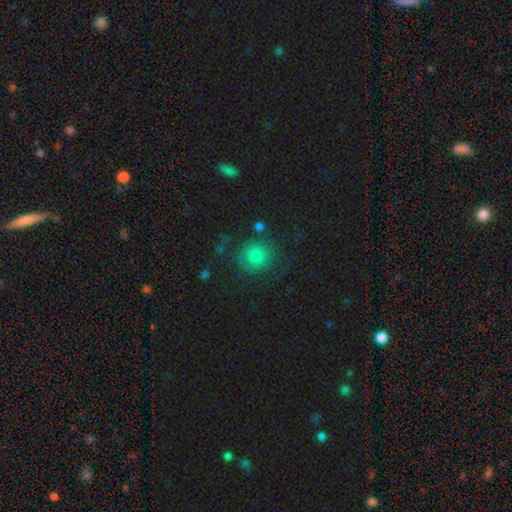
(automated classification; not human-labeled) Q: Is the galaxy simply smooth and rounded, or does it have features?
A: smooth — 72%.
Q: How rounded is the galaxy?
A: round — 89%.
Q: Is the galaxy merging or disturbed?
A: none — 70%.